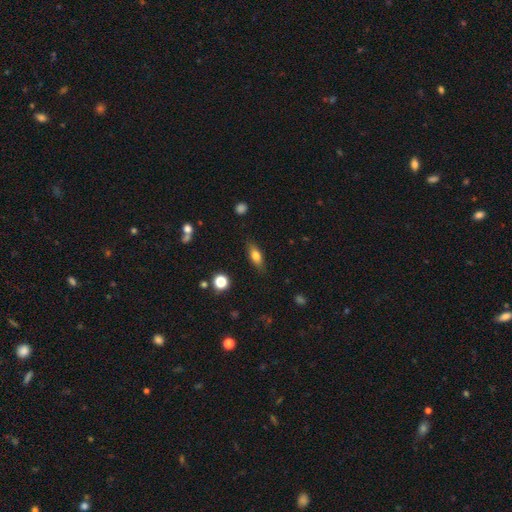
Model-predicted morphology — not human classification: Smooth or featured?
  - smooth: 74% *
  - featured or disk: 18%
  - star or artifact: 9%
How rounded?
  - in between: 72% *
  - cigar-shaped: 22%
  - round: 6%
Merging?
  - none: 84% *
  - minor disturbance: 12%
  - major disturbance: 3%
  - merger: 1%